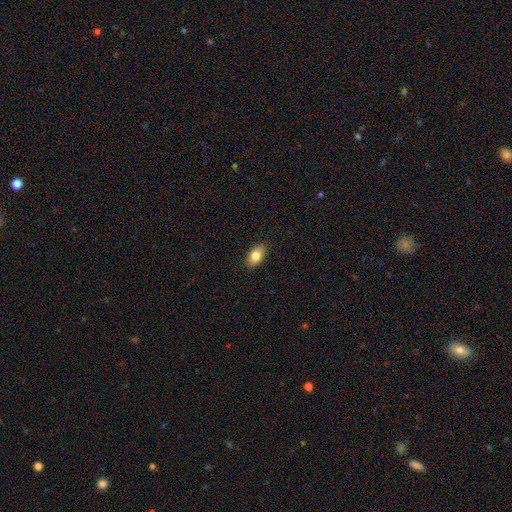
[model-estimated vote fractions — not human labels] smooth_or_featured: smooth (p=0.81) [alt: featured or disk p=0.12]
how_rounded: in between (p=0.92) [alt: round p=0.05]
merging: none (p=0.89) [alt: minor disturbance p=0.08]